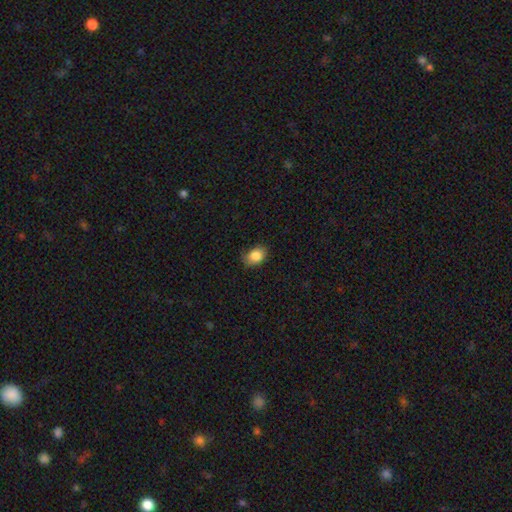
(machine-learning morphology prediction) Smooth or featured? Predicted: smooth (p=0.85). How rounded? Predicted: in between (p=0.70). Merging? Predicted: none (p=0.73).